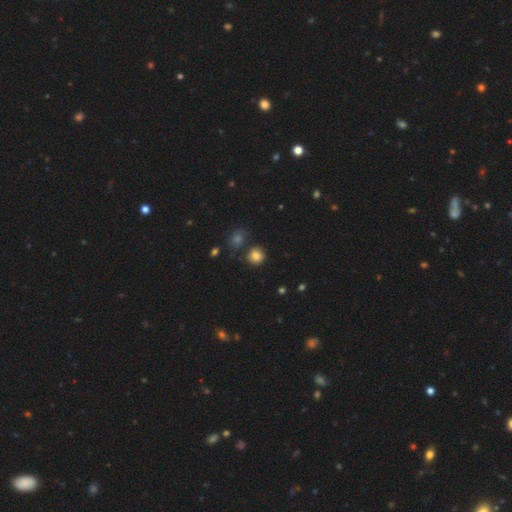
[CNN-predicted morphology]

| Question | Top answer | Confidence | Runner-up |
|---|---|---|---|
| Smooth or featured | smooth | 82% | star or artifact (12%) |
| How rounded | round | 88% | in between (11%) |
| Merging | none | 76% | minor disturbance (11%) |